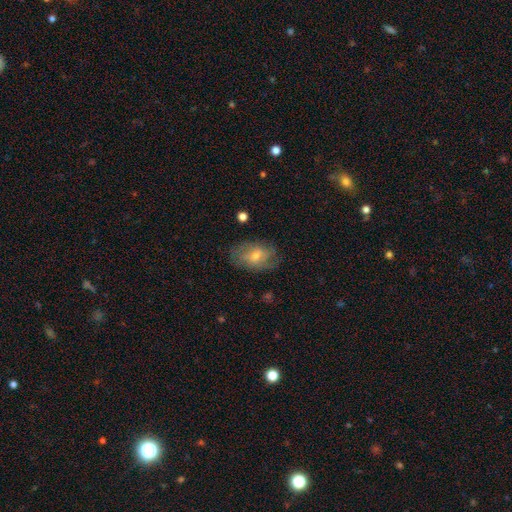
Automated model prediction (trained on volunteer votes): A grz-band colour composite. It shows a smooth galaxy with no disk features (54%) that is in between round and cigar-shaped (85%). Merging: none (68%).